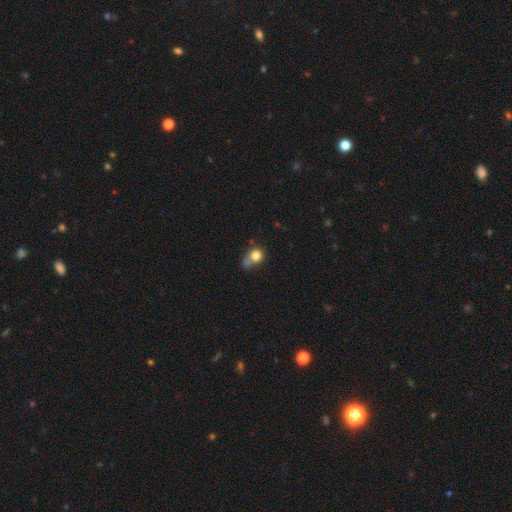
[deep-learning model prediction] This is likely a smooth galaxy (78%). How rounded: likely round (70%). Merging: marginally none (37%).